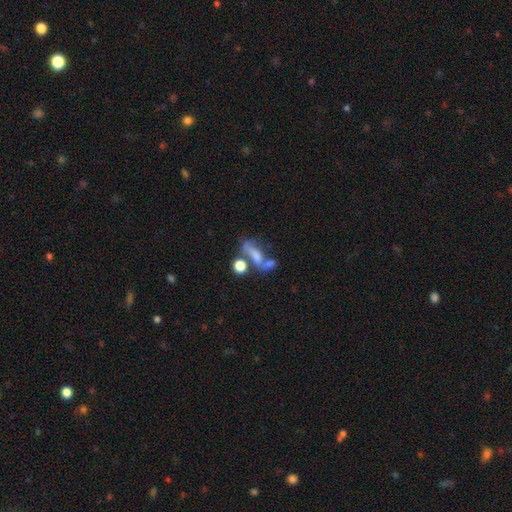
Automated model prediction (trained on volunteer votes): Smooth or featured? Predicted: smooth (p=0.46). Merging? Predicted: merger (p=0.37).